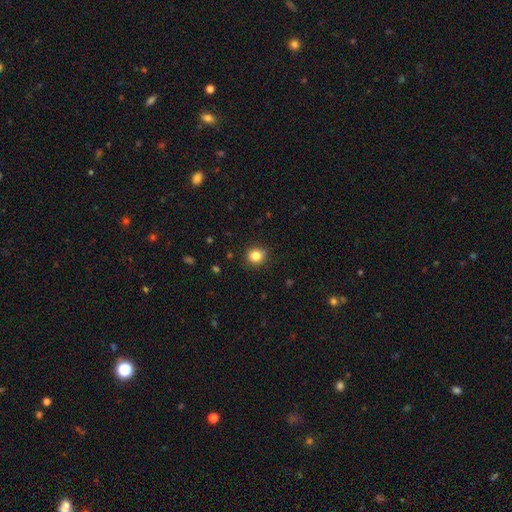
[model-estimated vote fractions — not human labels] This is clearly a smooth galaxy (84%). How rounded: clearly round (86%). Merging: clearly none (88%).